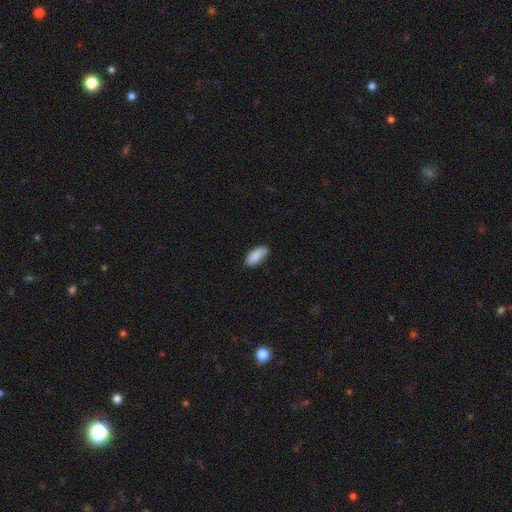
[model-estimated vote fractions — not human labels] smooth_or_featured: smooth (p=0.88) [alt: star or artifact p=0.06]
how_rounded: in between (p=0.89) [alt: cigar-shaped p=0.09]
merging: none (p=0.75) [alt: minor disturbance p=0.20]